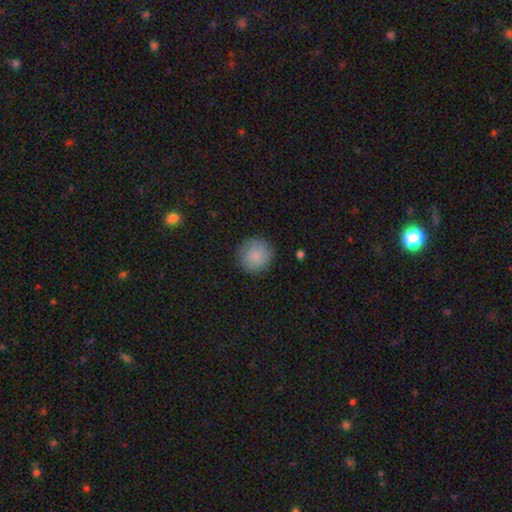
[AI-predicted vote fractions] Smooth or featured?
  - smooth: 83% *
  - featured or disk: 11%
  - star or artifact: 7%
How rounded?
  - round: 93% *
  - in between: 6%
  - cigar-shaped: 1%
Merging?
  - none: 84% *
  - minor disturbance: 11%
  - major disturbance: 3%
  - merger: 1%